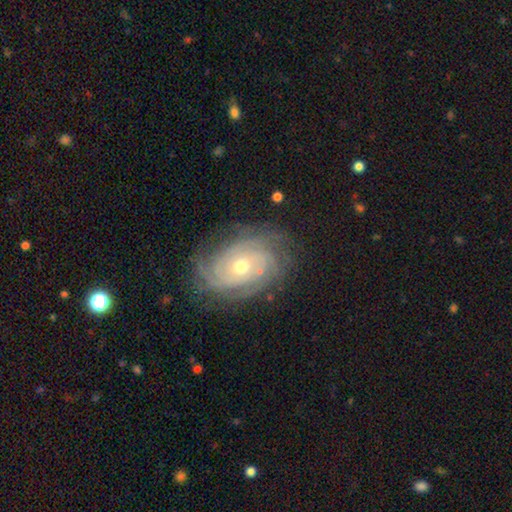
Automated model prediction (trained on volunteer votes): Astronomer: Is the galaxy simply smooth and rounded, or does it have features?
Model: featured or disk — 69%.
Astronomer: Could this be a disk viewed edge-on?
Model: no — 95%.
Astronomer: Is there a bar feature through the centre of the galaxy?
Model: no — 70%.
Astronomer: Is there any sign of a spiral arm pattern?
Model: yes — 90%.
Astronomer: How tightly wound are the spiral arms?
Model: tight — 71%.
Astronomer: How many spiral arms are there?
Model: can't tell — 45%.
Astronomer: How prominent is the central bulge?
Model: small — 49% (runner-up: moderate, 47%).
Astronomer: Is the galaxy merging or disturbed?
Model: none — 81%.